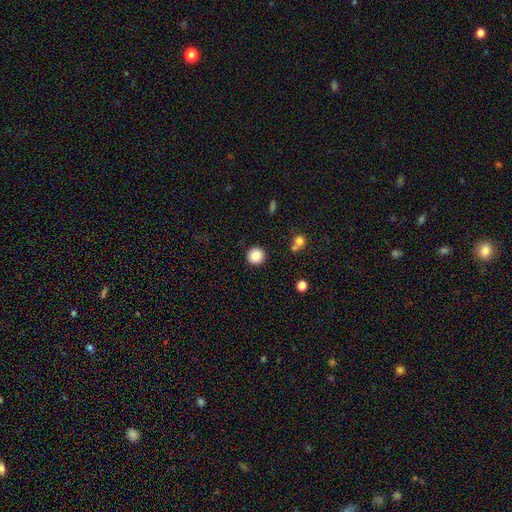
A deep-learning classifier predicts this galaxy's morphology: type=smooth (87%); roundness=round (93%); merging=none (90%).